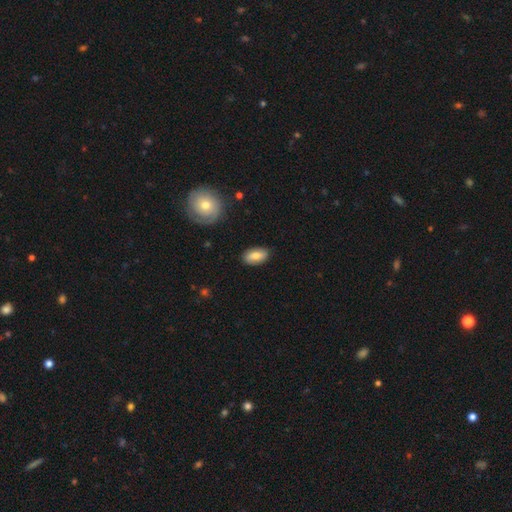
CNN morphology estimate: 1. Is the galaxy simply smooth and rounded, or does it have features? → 74% smooth, 19% featured or disk, 7% star or artifact.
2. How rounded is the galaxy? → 92% in between, 4% round, 4% cigar-shaped.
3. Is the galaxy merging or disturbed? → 86% none, 11% minor disturbance, 2% major disturbance, 1% merger.